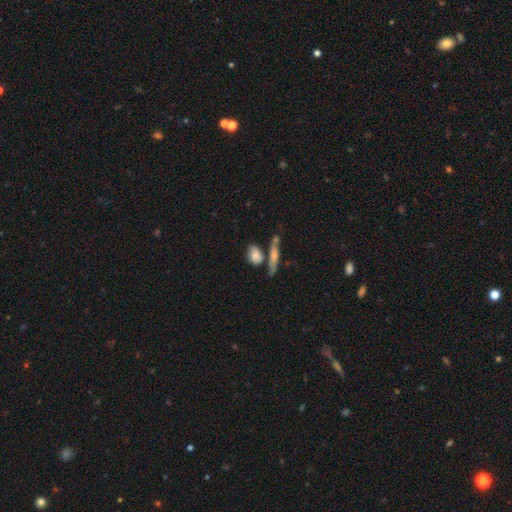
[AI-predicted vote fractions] smooth 71%, featured or disk 21%, star or artifact 8%. Down the decision tree: how rounded — in between (55%); merging — none (51%).